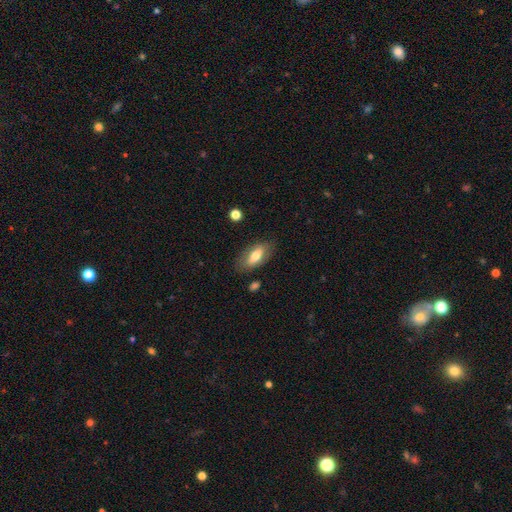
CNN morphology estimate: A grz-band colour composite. It shows a smooth galaxy with no disk features (64%) that is in between round and cigar-shaped (84%). Merging: none (80%).